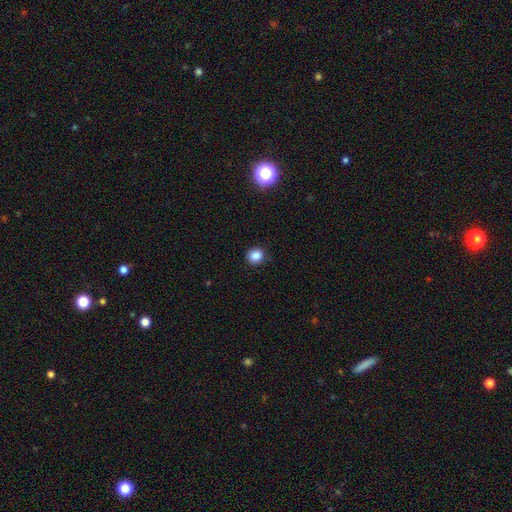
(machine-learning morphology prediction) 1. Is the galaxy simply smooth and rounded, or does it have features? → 85% smooth, 11% star or artifact, 3% featured or disk.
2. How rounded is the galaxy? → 83% round, 16% in between, 1% cigar-shaped.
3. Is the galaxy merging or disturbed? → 89% none, 8% minor disturbance, 2% major disturbance, 1% merger.